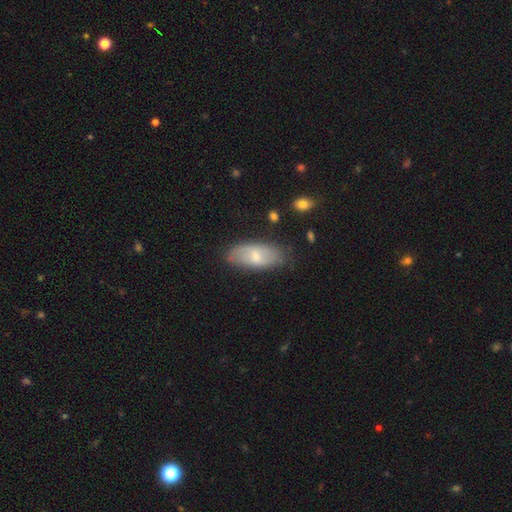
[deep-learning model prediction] Smooth or featured?
  - smooth: 64% *
  - featured or disk: 30%
  - star or artifact: 6%
How rounded?
  - in between: 89% *
  - cigar-shaped: 8%
  - round: 2%
Merging?
  - none: 75% *
  - minor disturbance: 19%
  - major disturbance: 4%
  - merger: 2%